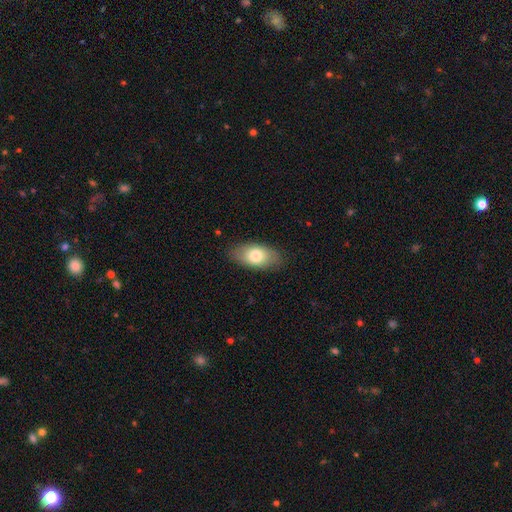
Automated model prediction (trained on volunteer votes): The model was most divided on "smooth or featured": smooth: 76%, featured or disk: 18%, star or artifact: 6%. More confident: how rounded — in between (92%); merging — none (83%).